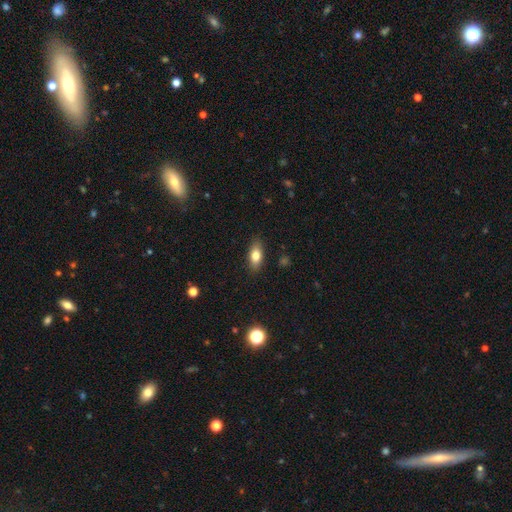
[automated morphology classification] A smooth galaxy with no disk features (78%) that is in between round and cigar-shaped (82%).

Vote fractions:
- Smooth or featured? smooth: 78% / featured or disk: 14% / star or artifact: 8%
- How rounded? in between: 82% / cigar-shaped: 13% / round: 5%
- Merging? none: 86% / minor disturbance: 10% / major disturbance: 2% / merger: 1%